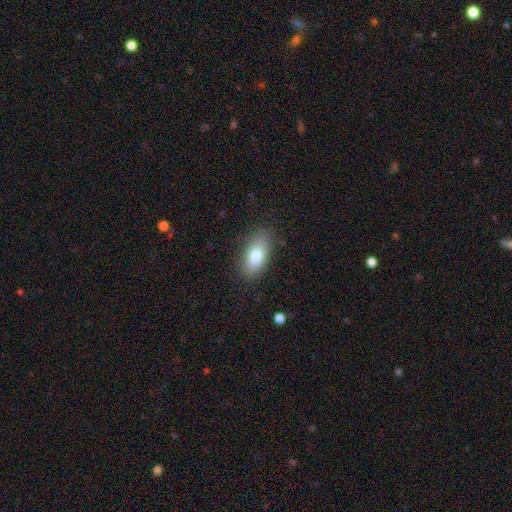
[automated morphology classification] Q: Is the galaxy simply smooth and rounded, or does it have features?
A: smooth — 78%.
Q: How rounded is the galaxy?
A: in between — 88%.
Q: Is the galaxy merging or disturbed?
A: none — 83%.